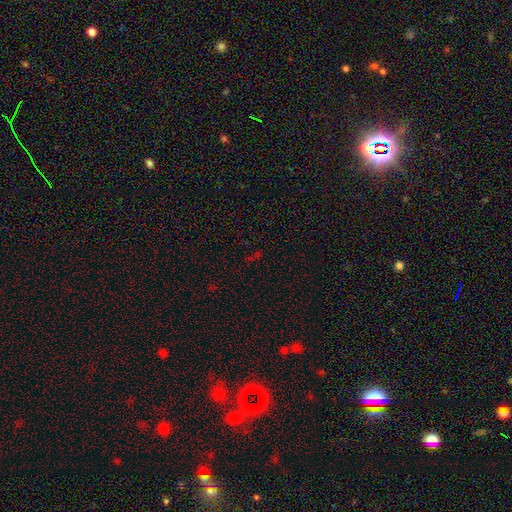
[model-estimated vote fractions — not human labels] Smooth or featured: star or artifact — 64% (smooth — 26%)